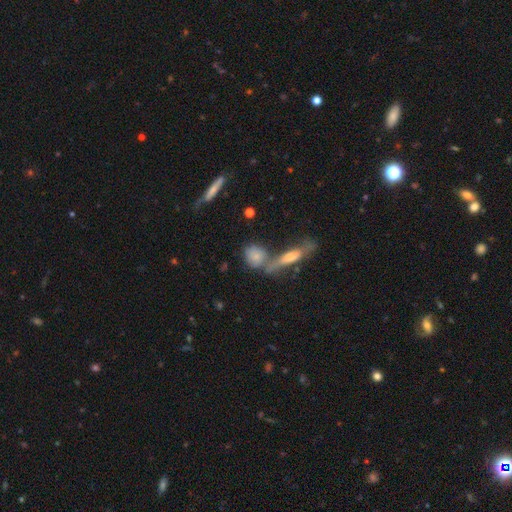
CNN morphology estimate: A smooth galaxy with no disk features (73%) that is round (46%). Merging: none (41%).